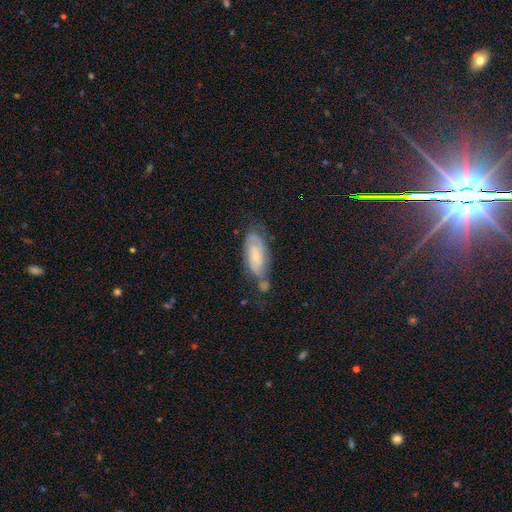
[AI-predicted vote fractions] This is possibly a featured or disk galaxy (56%). It is clearly not viewed edge-on (90%). Bar: likely no (65%). Spiral arm pattern: clearly yes (83%). Central bulge: likely small (68%). Merging: possibly none (47%).